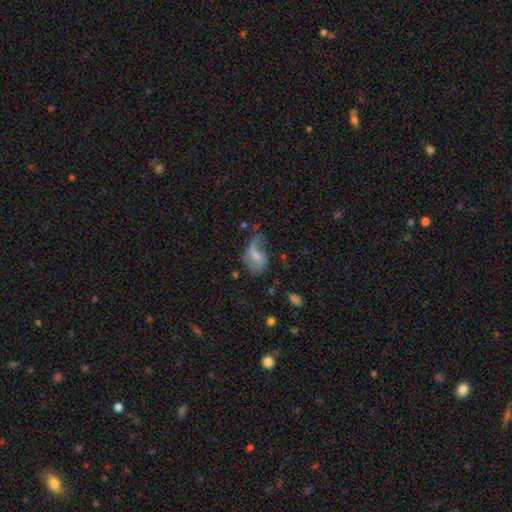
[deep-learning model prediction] smooth_or_featured: featured or disk (p=0.52) [alt: smooth p=0.39]
disk_edge_on: no (p=0.95) [alt: yes p=0.05]
merging: none (p=0.37) [alt: minor disturbance p=0.30]